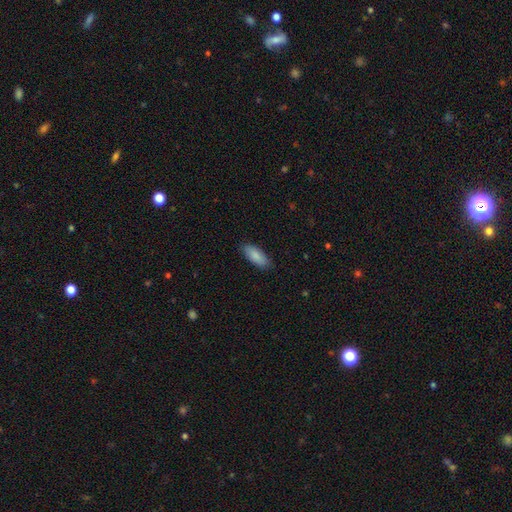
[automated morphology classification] Smooth or featured? smooth (87%)
How rounded? in between (78%)
Merging? none (86%)